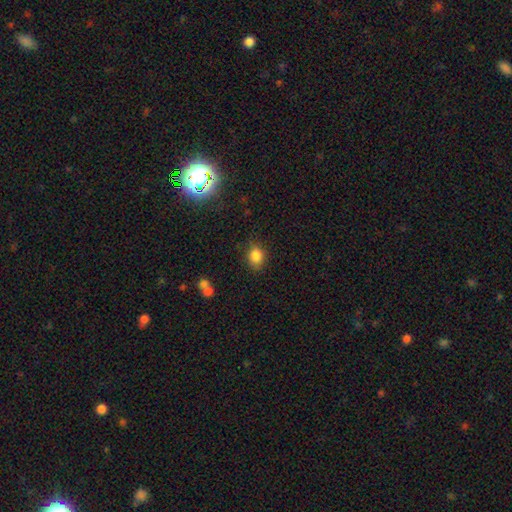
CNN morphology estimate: smooth 84%, star or artifact 11%, featured or disk 5%. Down the decision tree: how rounded — in between (60%); merging — none (77%).